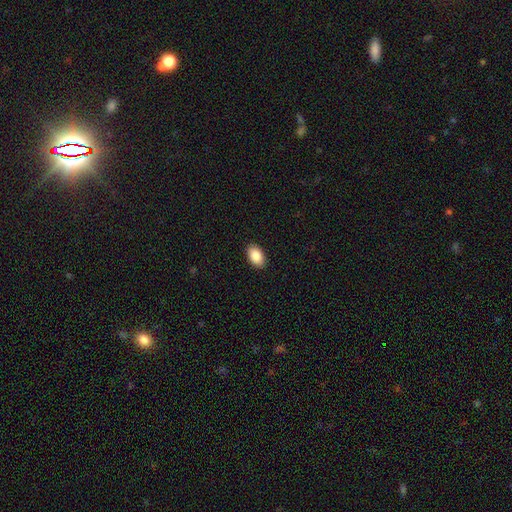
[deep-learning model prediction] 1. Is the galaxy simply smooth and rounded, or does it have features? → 89% smooth, 7% star or artifact, 5% featured or disk.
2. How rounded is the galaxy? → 93% in between, 5% round, 1% cigar-shaped.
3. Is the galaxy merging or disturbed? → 90% none, 7% minor disturbance, 2% major disturbance, 1% merger.